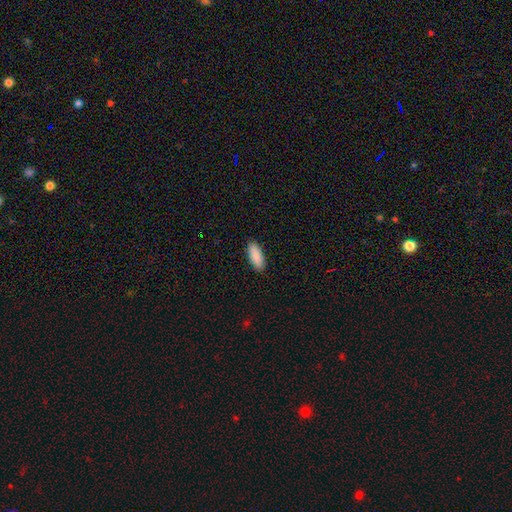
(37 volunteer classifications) A smooth galaxy with no disk features (89%) that is in between round and cigar-shaped (58%).

Vote fractions:
- Smooth or featured? smooth: 89% / star or artifact: 8% / featured or disk: 3%
- How rounded? in between: 58% / cigar-shaped: 33% / round: 9%
- Merging? none: 94% / minor disturbance: 6% / major disturbance: 0% / merger: 0%